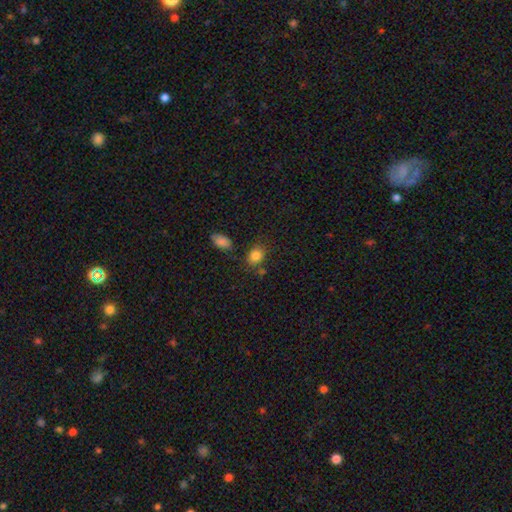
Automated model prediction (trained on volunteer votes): A smooth galaxy with no disk features (84%) that is in between round and cigar-shaped (54%).

Vote fractions:
- Smooth or featured? smooth: 84% / star or artifact: 10% / featured or disk: 6%
- How rounded? in between: 54% / round: 45% / cigar-shaped: 1%
- Merging? none: 74% / minor disturbance: 14% / merger: 8% / major disturbance: 4%